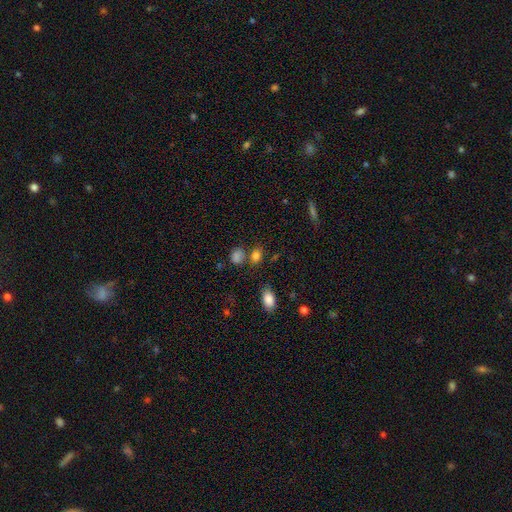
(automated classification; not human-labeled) smooth_or_featured: smooth (p=0.81) [alt: star or artifact p=0.13]
how_rounded: in between (p=0.61) [alt: round p=0.37]
merging: none (p=0.63) [alt: merger p=0.18]